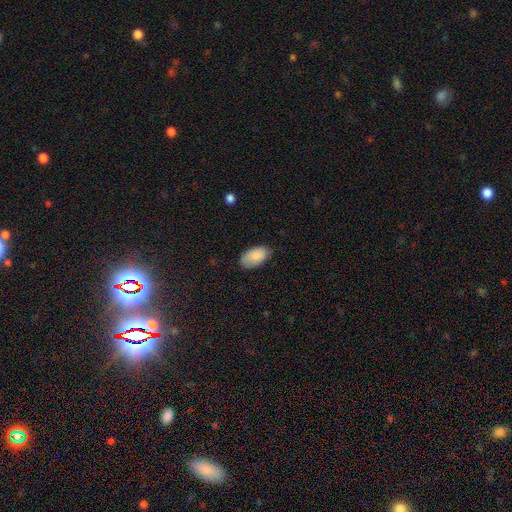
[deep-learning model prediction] A smooth galaxy with no disk features (86%) that is in between round and cigar-shaped (95%).

Vote fractions:
- Smooth or featured? smooth: 86% / featured or disk: 8% / star or artifact: 6%
- How rounded? in between: 95% / round: 3% / cigar-shaped: 2%
- Merging? none: 76% / minor disturbance: 19% / major disturbance: 3% / merger: 1%